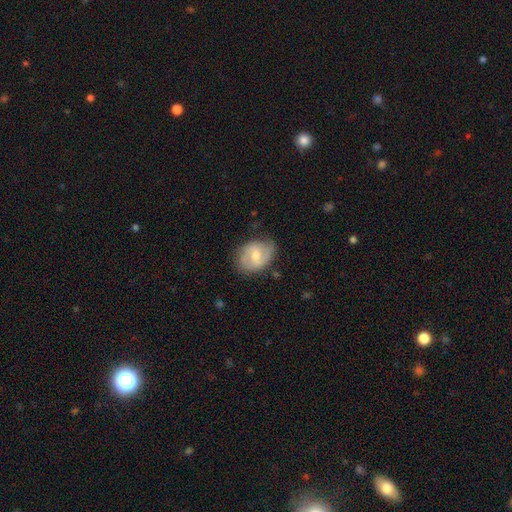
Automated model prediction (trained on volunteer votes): Q: Smooth or featured?
A: featured or disk (53%); runner-up: smooth (41%)
Q: Edge-on disk?
A: no (96%); runner-up: yes (4%)
Q: Bar?
A: weak (51%); runner-up: no (35%)
Q: Spiral arms?
A: yes (73%); runner-up: no (27%)
Q: Bulge size?
A: moderate (62%); runner-up: small (32%)
Q: Merging?
A: none (72%); runner-up: minor disturbance (21%)